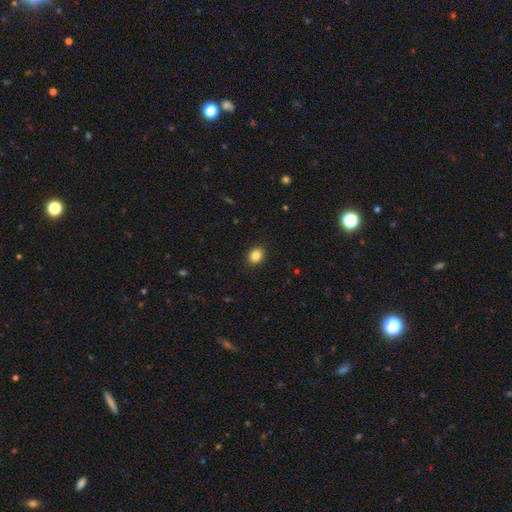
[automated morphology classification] A smooth galaxy with no disk features (86%) that is round (56%).

Vote fractions:
- Smooth or featured? smooth: 86% / star or artifact: 10% / featured or disk: 5%
- How rounded? round: 56% / in between: 43% / cigar-shaped: 1%
- Merging? none: 91% / minor disturbance: 6% / major disturbance: 2% / merger: 1%